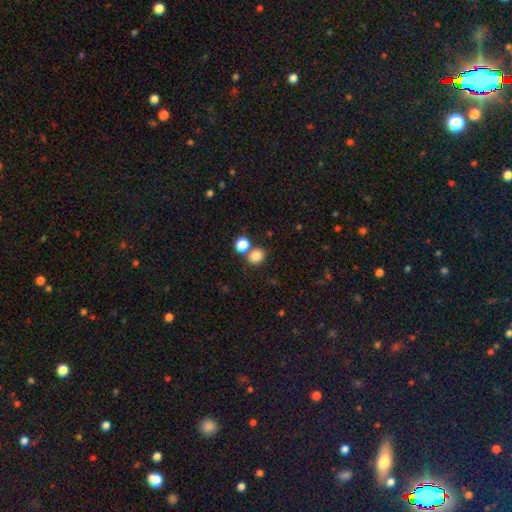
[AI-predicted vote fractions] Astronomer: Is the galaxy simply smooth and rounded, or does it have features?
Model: smooth — 83%.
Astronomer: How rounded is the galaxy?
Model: round — 74%.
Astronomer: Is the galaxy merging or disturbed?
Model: none — 65%.